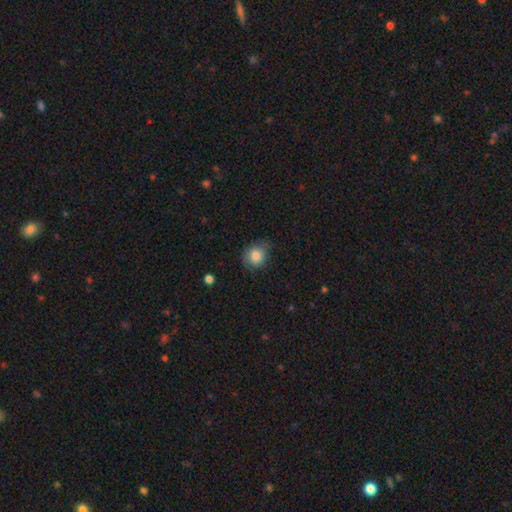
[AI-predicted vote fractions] smooth-or-featured: smooth: 81% | featured or disk: 11% | star or artifact: 8%
  how-rounded: round: 66% | in between: 33% | cigar-shaped: 1%
  merging: none: 63% | minor disturbance: 28% | major disturbance: 8% | merger: 1%